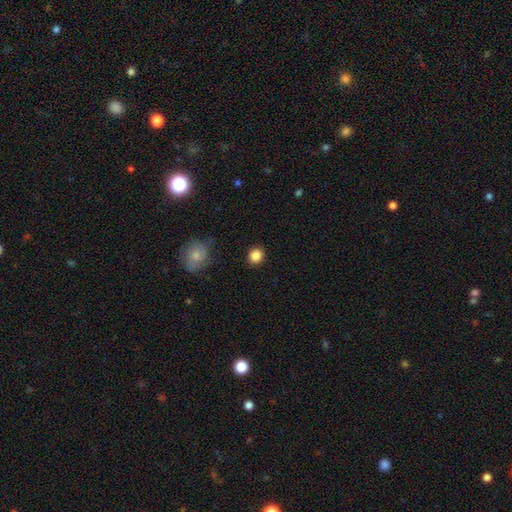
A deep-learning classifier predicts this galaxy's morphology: The model was most divided on "how rounded": round: 77%, in between: 22%, cigar-shaped: 1%. More confident: merging — none (89%); smooth or featured — smooth (87%).